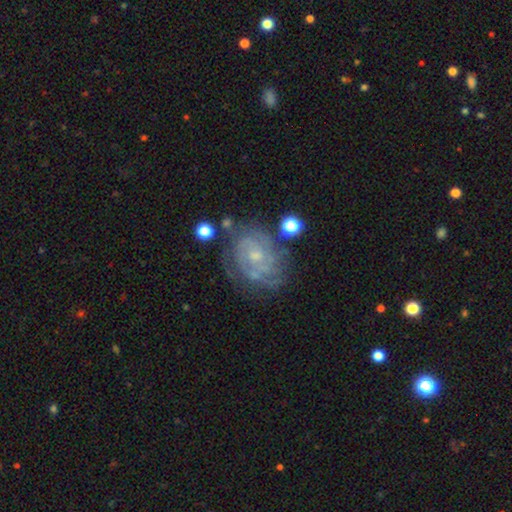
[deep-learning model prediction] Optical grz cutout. It shows a featured or disk galaxy (80%) with no bar (71%), tight (72%) spiral arms (92%) and a small central bulge (69%). Merging: none (68%).